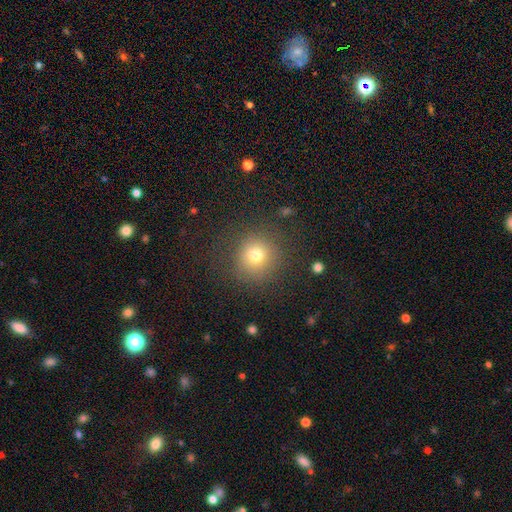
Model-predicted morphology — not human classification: The model was most divided on "smooth or featured": smooth: 73%, star or artifact: 16%, featured or disk: 11%. More confident: how rounded — round (91%); merging — none (81%).